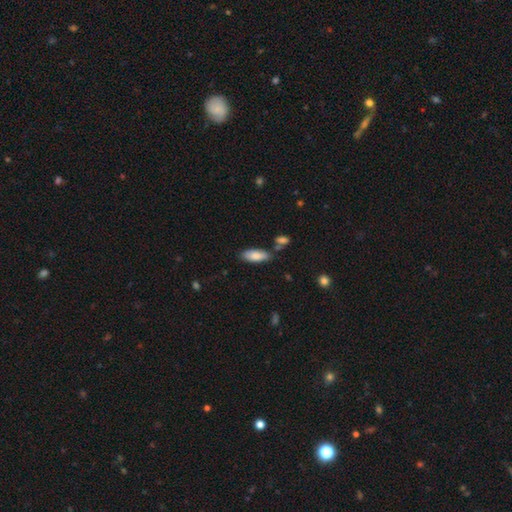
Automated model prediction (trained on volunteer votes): smooth-or-featured: smooth: 84% | featured or disk: 10% | star or artifact: 6%
  how-rounded: in between: 75% | cigar-shaped: 23% | round: 2%
  merging: none: 73% | minor disturbance: 16% | merger: 8% | major disturbance: 3%